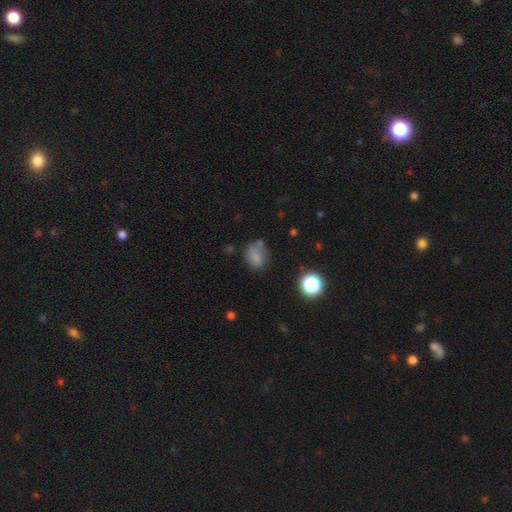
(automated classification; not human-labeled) Smooth or featured? Predicted: smooth (p=0.75). How rounded? Predicted: round (p=0.52). Merging? Predicted: none (p=0.56).